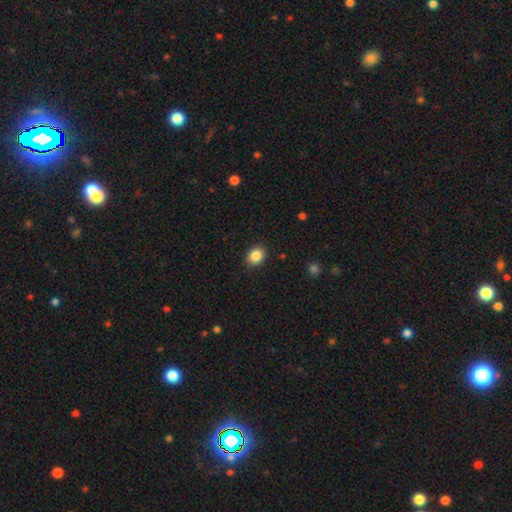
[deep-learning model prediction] The model was most divided on "how rounded": in between: 52%, round: 47%, cigar-shaped: 1%. More confident: merging — none (90%); smooth or featured — smooth (86%).